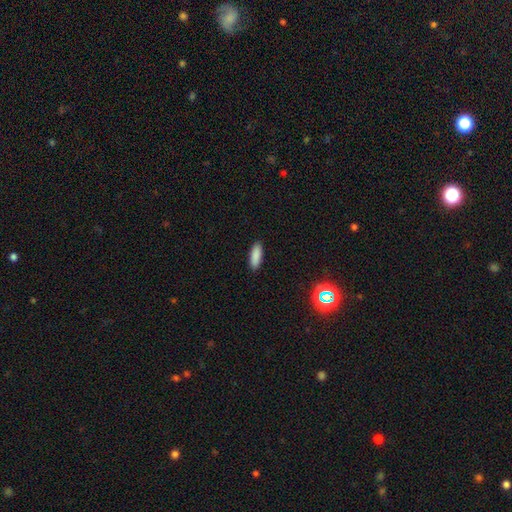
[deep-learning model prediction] Morphology: type=smooth (87%); roundness=in between (58%); merging=none (90%).